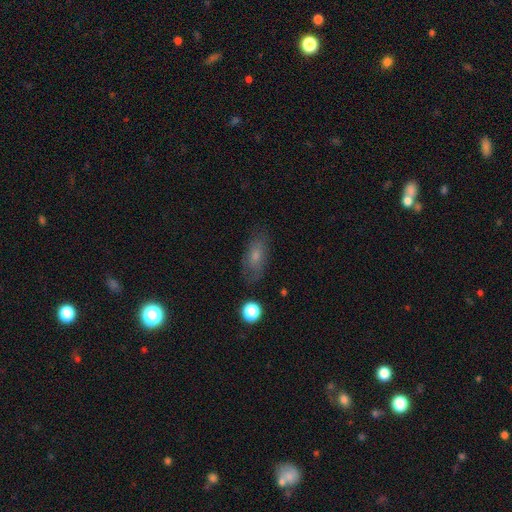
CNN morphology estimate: smooth_or_featured: smooth (p=0.61) [alt: featured or disk p=0.27]
how_rounded: in between (p=0.83) [alt: cigar-shaped p=0.11]
merging: none (p=0.75) [alt: minor disturbance p=0.18]